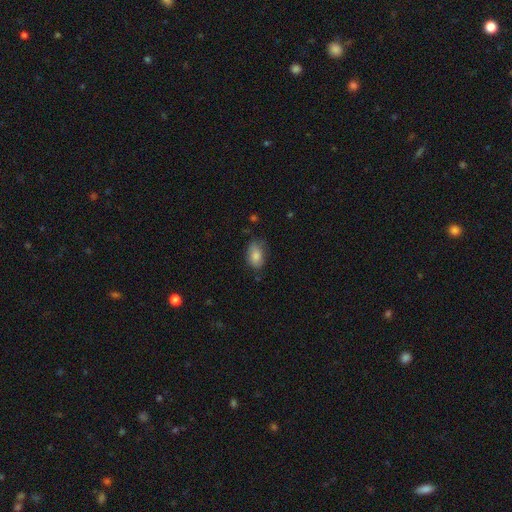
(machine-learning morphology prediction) Smooth or featured: smooth — 83% (featured or disk — 10%)
How rounded: in between — 87% (round — 11%)
Merging: none — 68% (minor disturbance — 25%)